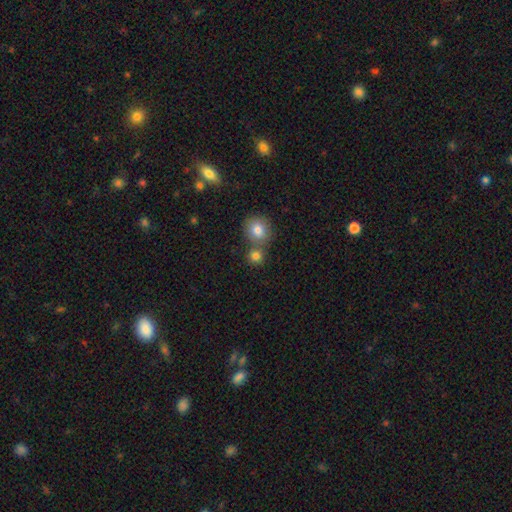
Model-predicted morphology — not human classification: This is clearly a smooth galaxy (81%). How rounded: clearly round (87%). Merging: possibly none (56%).